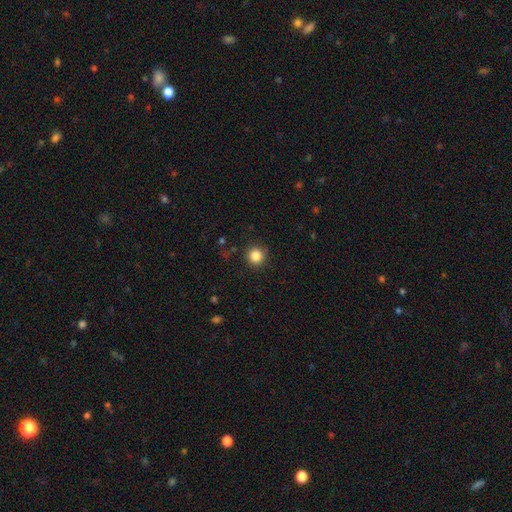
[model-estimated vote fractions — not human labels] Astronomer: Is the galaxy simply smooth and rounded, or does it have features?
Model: smooth — 85%.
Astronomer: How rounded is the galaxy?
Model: round — 93%.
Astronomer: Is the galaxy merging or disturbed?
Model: none — 89%.